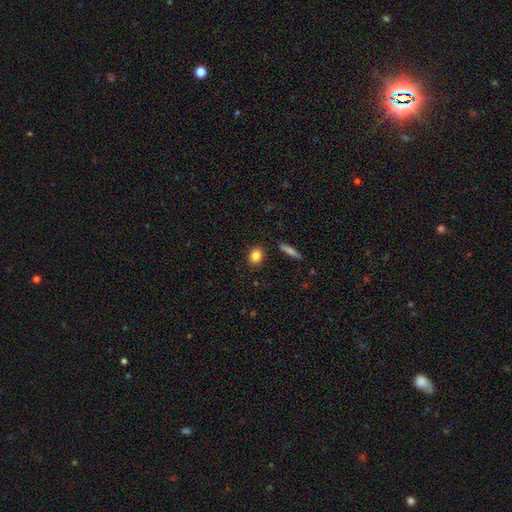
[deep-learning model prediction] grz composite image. It shows a smooth galaxy with no disk features (84%) that is round (57%). Merging: none (88%).